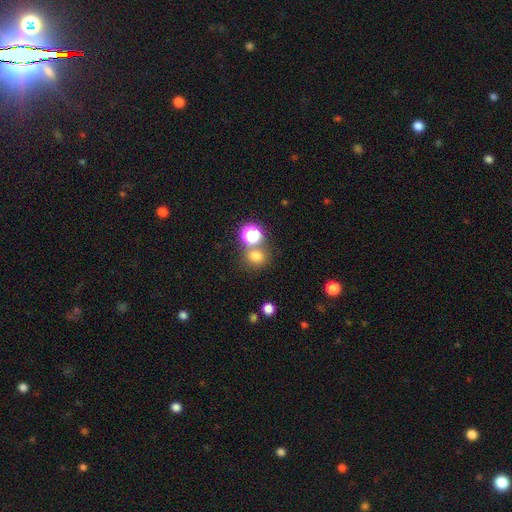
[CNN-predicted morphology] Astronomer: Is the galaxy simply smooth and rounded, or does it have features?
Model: smooth — 72%.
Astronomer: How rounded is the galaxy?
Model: round — 75%.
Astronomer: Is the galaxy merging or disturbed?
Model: none — 64%.